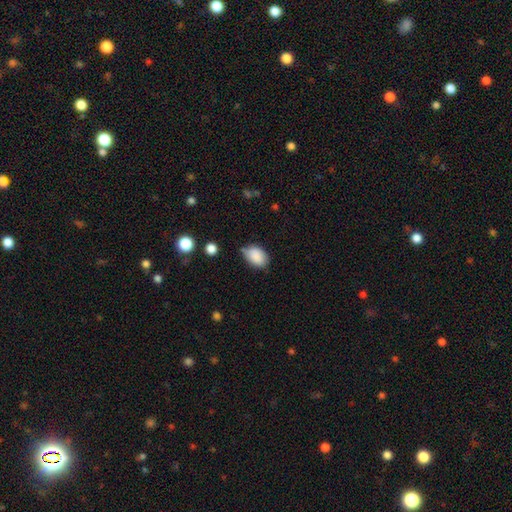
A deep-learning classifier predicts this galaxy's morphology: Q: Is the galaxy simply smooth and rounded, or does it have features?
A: smooth — 88%.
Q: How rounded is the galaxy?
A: in between — 85%.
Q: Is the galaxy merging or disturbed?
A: none — 66%.